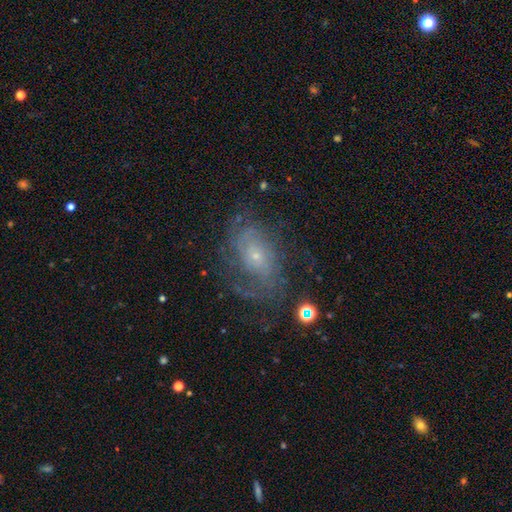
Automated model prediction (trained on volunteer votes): Smooth or featured: featured or disk — 73% (smooth — 15%)
Edge-on disk: no — 95% (yes — 5%)
Bar: no — 71% (weak — 23%)
Spiral arms: yes — 87% (no — 13%)
Spiral winding: tight — 44% (medium — 38%)
Spiral arm count: can't tell — 42% (2 — 27%)
Bulge size: small — 73% (moderate — 21%)
Merging: none — 65% (minor disturbance — 18%)